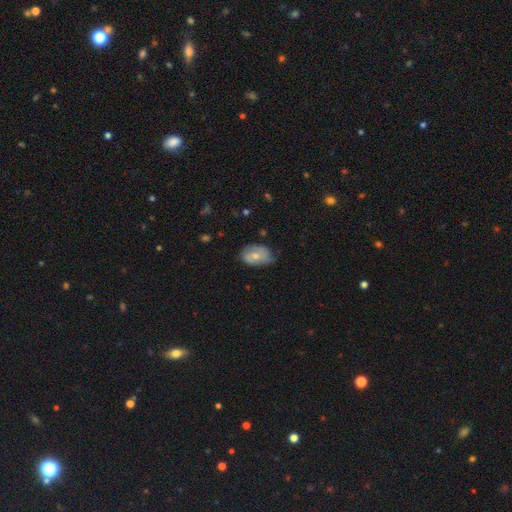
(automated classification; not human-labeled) Smooth or featured? smooth (62%)
How rounded? in between (84%)
Merging? none (47%)